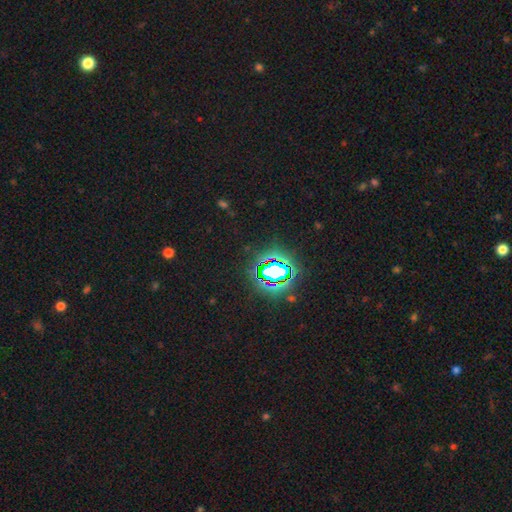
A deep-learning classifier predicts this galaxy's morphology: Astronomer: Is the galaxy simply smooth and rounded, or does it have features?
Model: star or artifact — 81%.